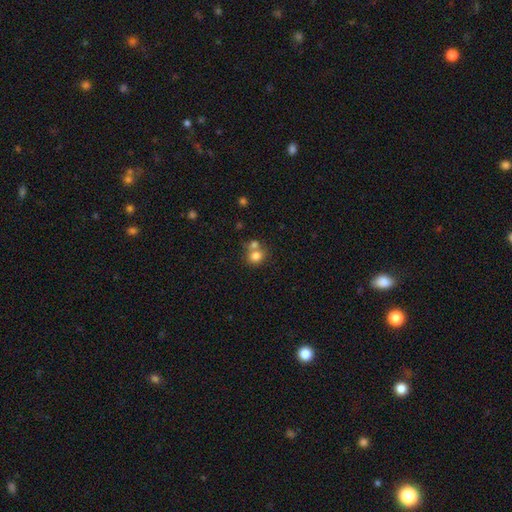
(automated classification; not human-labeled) Smooth or featured? Predicted: smooth (p=0.78). How rounded? Predicted: round (p=0.74). Merging? Predicted: none (p=0.45).